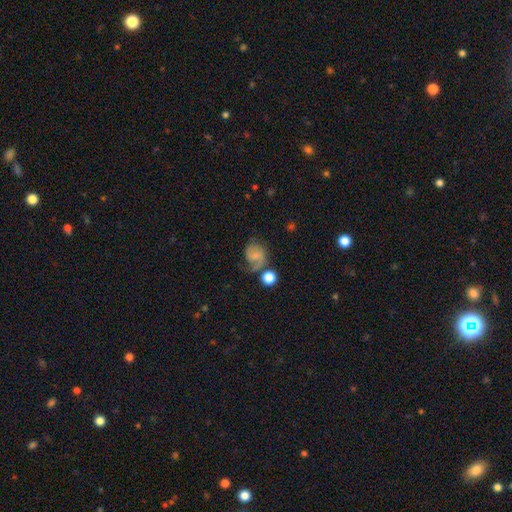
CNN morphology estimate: Smooth or featured? Predicted: featured or disk (p=0.62). Edge-on disk? Predicted: no (p=0.98). Bar? Predicted: no (p=0.66). Spiral arms? Predicted: yes (p=0.91). Spiral winding? Predicted: medium (p=0.43). Spiral arm count? Predicted: 2 (p=0.46). Bulge size? Predicted: small (p=0.56). Merging? Predicted: none (p=0.47).